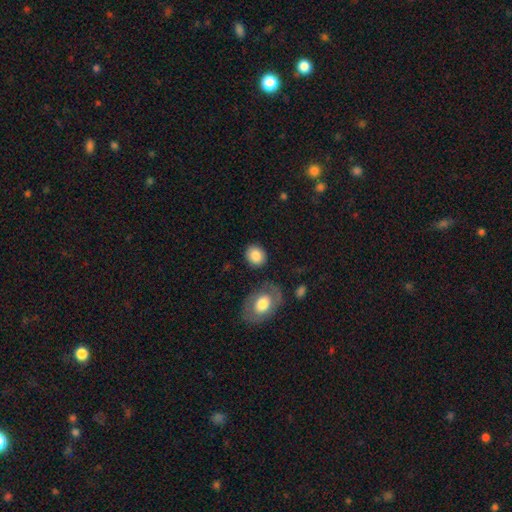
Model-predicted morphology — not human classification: Smooth or featured?
  - smooth: 84% *
  - featured or disk: 9%
  - star or artifact: 7%
How rounded?
  - round: 64% *
  - in between: 35%
  - cigar-shaped: 1%
Merging?
  - none: 83% *
  - minor disturbance: 10%
  - merger: 4%
  - major disturbance: 3%